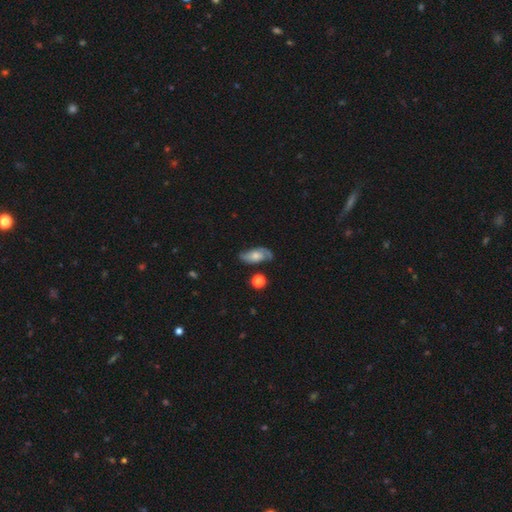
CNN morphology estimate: The model was most divided on "bulge size": moderate: 44%, small: 36%, large: 10%, none: 8%, dominant: 2%. More confident: edge-on disk — no (92%); spiral arms — yes (89%); bar — no (69%); merging — none (68%); smooth or featured — featured or disk (61%).